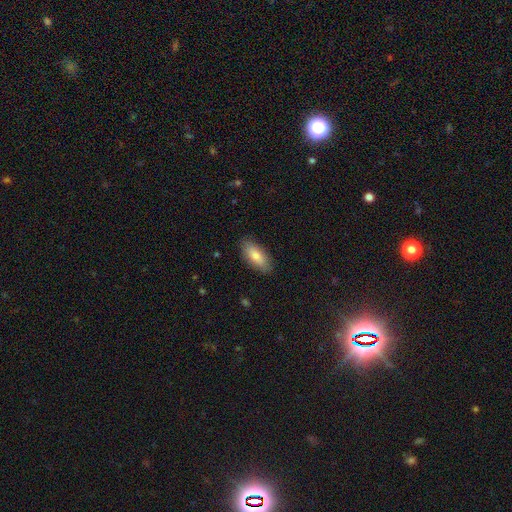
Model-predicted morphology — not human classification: This appears to be a smooth galaxy with no disk features (79%) that is in between round and cigar-shaped (82%). Merging: none (86%).